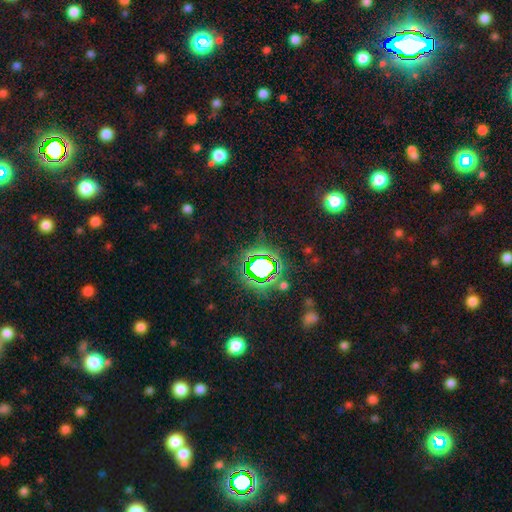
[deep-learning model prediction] smooth-or-featured: star or artifact: 76% | smooth: 16% | featured or disk: 8%